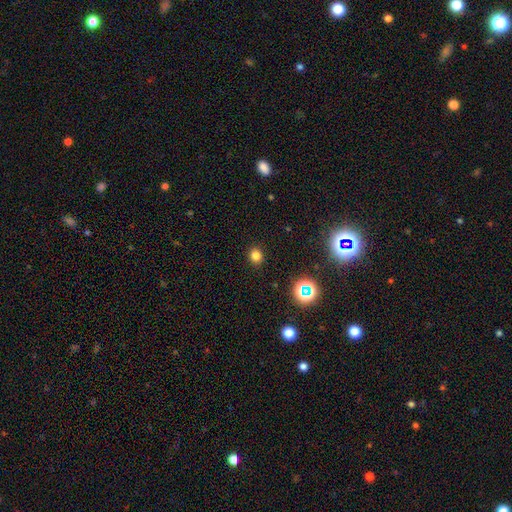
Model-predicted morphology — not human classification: Smooth or featured: smooth — 79% (star or artifact — 17%)
How rounded: round — 78% (in between — 21%)
Merging: none — 91% (minor disturbance — 6%)